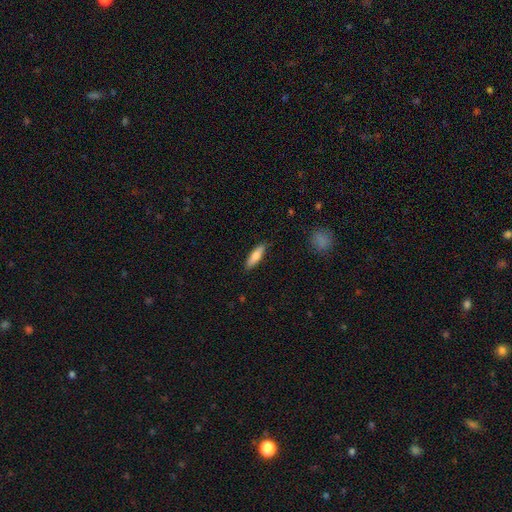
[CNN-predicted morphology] Smooth or featured?
  - smooth: 75% *
  - featured or disk: 19%
  - star or artifact: 6%
How rounded?
  - cigar-shaped: 62% *
  - in between: 36%
  - round: 2%
Merging?
  - none: 85% *
  - minor disturbance: 12%
  - major disturbance: 2%
  - merger: 1%